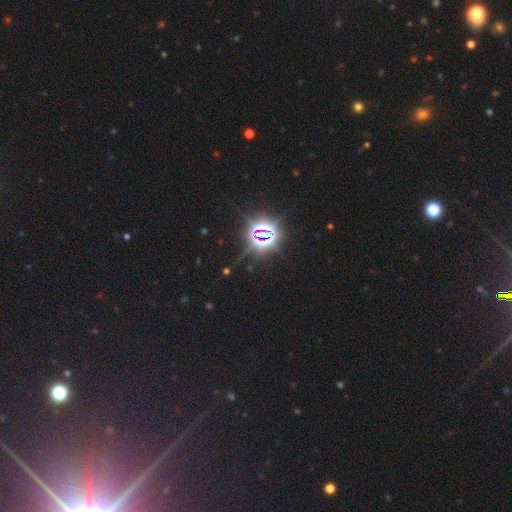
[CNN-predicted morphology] smooth-or-featured: star or artifact: 78% | smooth: 15% | featured or disk: 8%